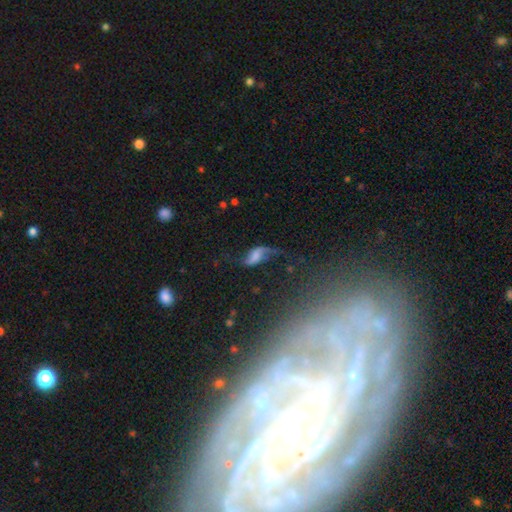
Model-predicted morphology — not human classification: Smooth or featured: featured or disk — 69% (smooth — 21%)
Edge-on disk: no — 95% (yes — 5%)
Bar: no — 41% (weak — 38%)
Spiral arms: yes — 90% (no — 10%)
Spiral winding: loose — 88% (medium — 9%)
Spiral arm count: 2 — 88% (1 — 6%)
Bulge size: none — 52% (small — 22%)
Merging: none — 51% (major disturbance — 22%)